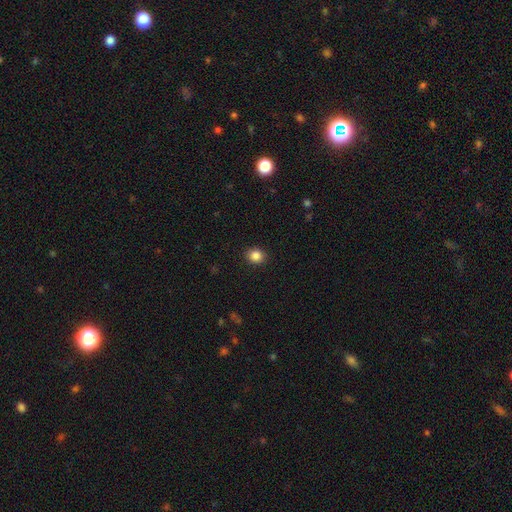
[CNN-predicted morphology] Smooth or featured? Predicted: smooth (p=0.86). How rounded? Predicted: round (p=0.74). Merging? Predicted: none (p=0.91).